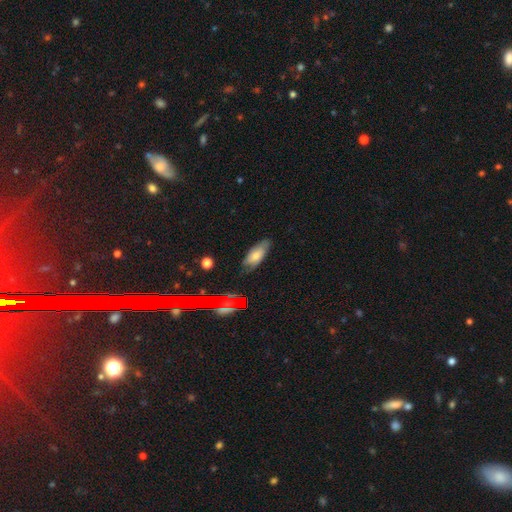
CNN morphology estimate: Smooth or featured?
  - smooth: 63% *
  - featured or disk: 26%
  - star or artifact: 10%
How rounded?
  - in between: 80% *
  - cigar-shaped: 17%
  - round: 3%
Merging?
  - none: 70% *
  - minor disturbance: 23%
  - major disturbance: 5%
  - merger: 2%